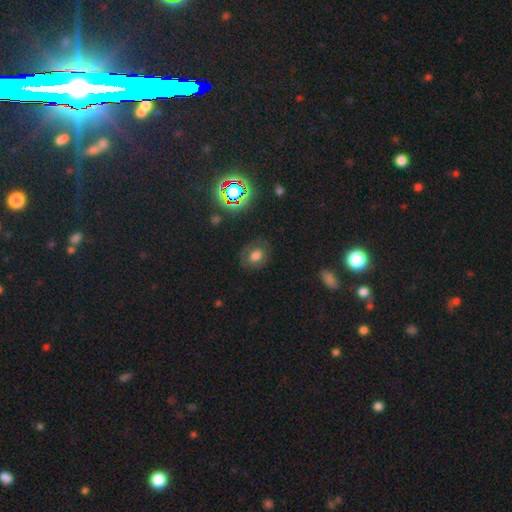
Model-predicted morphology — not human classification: Smooth or featured: smooth — 61% (star or artifact — 20%)
How rounded: round — 59% (in between — 40%)
Merging: none — 74% (minor disturbance — 16%)